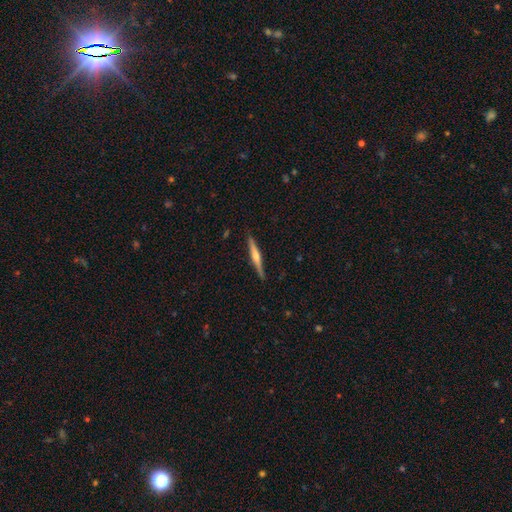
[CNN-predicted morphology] Smooth or featured: featured or disk — 68% (smooth — 26%)
Edge-on disk: yes — 98% (no — 2%)
Edge-on bulge: rounded — 88% (none — 7%)
Merging: none — 90% (minor disturbance — 8%)